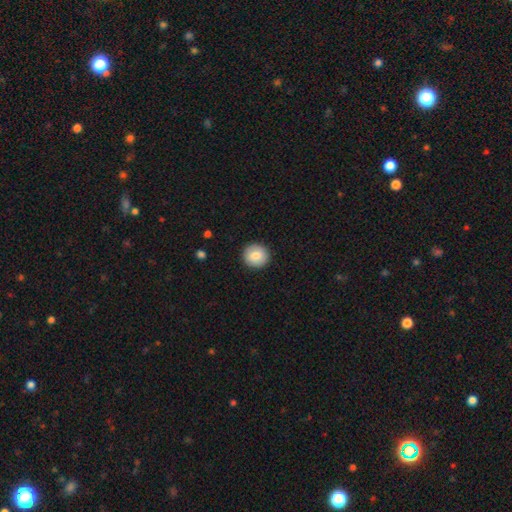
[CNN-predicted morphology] Smooth or featured? Predicted: smooth (p=0.84). How rounded? Predicted: round (p=0.92). Merging? Predicted: none (p=0.92).